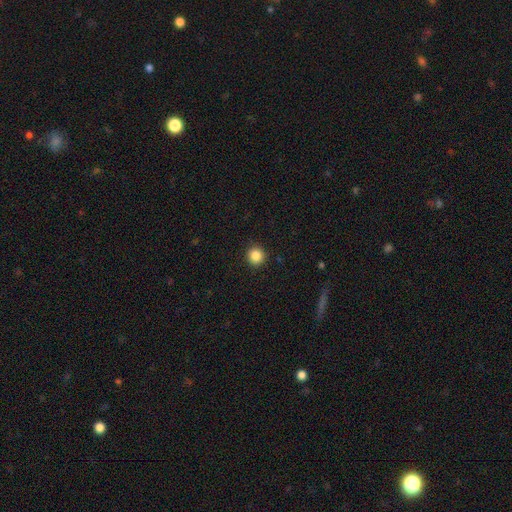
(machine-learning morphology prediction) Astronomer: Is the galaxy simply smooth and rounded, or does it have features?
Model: smooth — 86%.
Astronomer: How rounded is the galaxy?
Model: round — 93%.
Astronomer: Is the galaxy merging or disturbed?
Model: none — 92%.